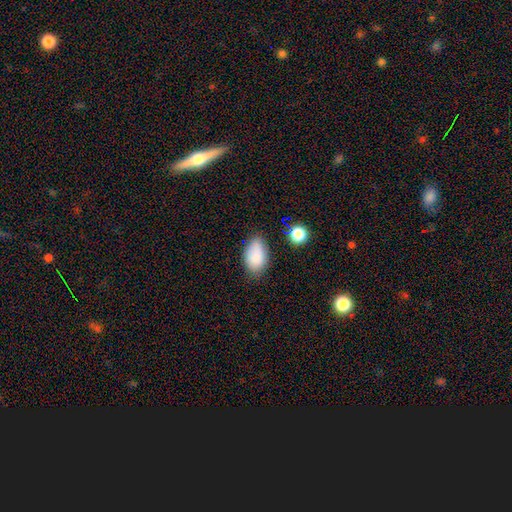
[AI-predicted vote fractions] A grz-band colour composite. It shows a smooth galaxy with no disk features (86%) that is in between round and cigar-shaped (92%). Merging: none (73%).